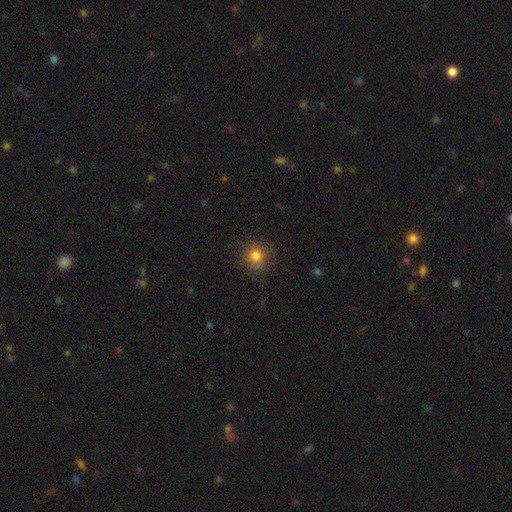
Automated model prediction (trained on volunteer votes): Smooth or featured? Predicted: smooth (p=0.80). How rounded? Predicted: round (p=0.89). Merging? Predicted: none (p=0.84).